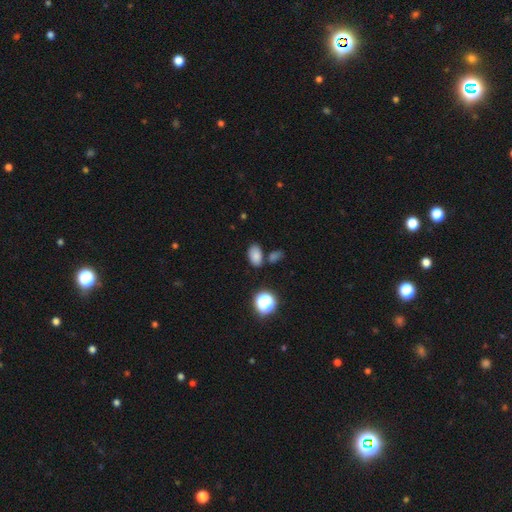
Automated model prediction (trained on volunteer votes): smooth 81%, star or artifact 14%, featured or disk 6%. Down the decision tree: how rounded — in between (89%); merging — none (73%).